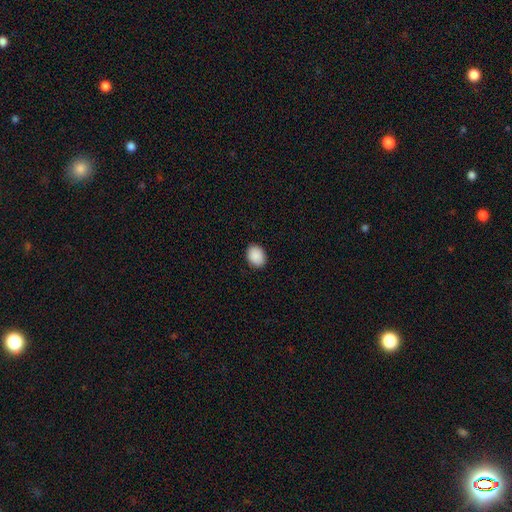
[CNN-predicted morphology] smooth-or-featured: smooth: 90% | star or artifact: 7% | featured or disk: 2%
  how-rounded: in between: 62% | round: 38% | cigar-shaped: 1%
  merging: none: 89% | minor disturbance: 8% | major disturbance: 2% | merger: 1%